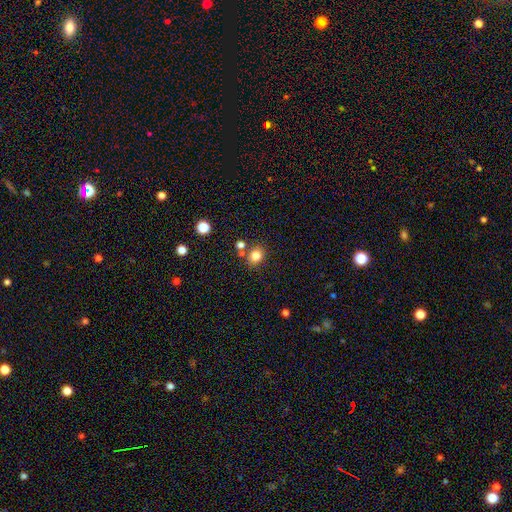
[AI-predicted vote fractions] Smooth or featured: smooth — 81% (star or artifact — 13%)
How rounded: round — 64% (in between — 35%)
Merging: none — 76% (merger — 11%)